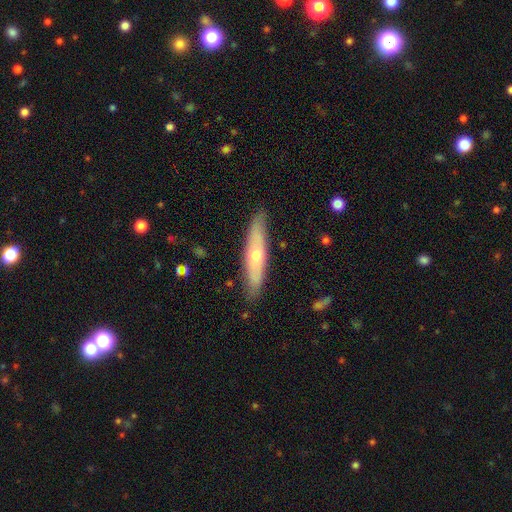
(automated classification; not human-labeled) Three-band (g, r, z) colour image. It shows a smooth galaxy with no disk features (49%). Merging: none (85%).